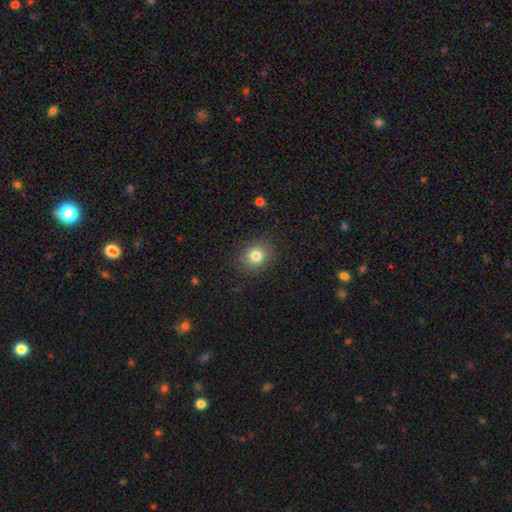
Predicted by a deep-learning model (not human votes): This is clearly a smooth galaxy (81%). How rounded: likely round (75%). Merging: clearly none (88%).